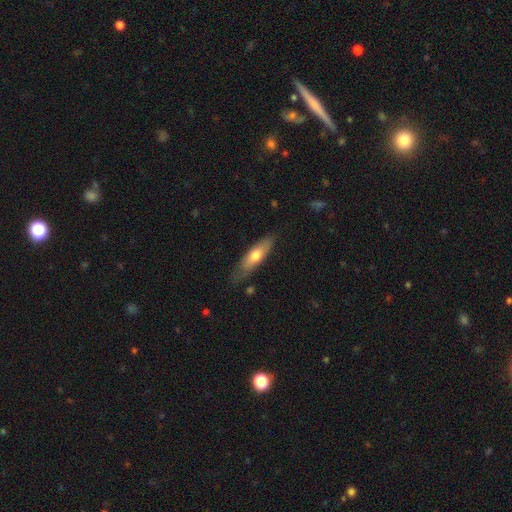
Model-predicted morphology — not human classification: smooth 63%, featured or disk 31%, star or artifact 6%. Down the decision tree: how rounded — in between (50%); merging — none (71%).